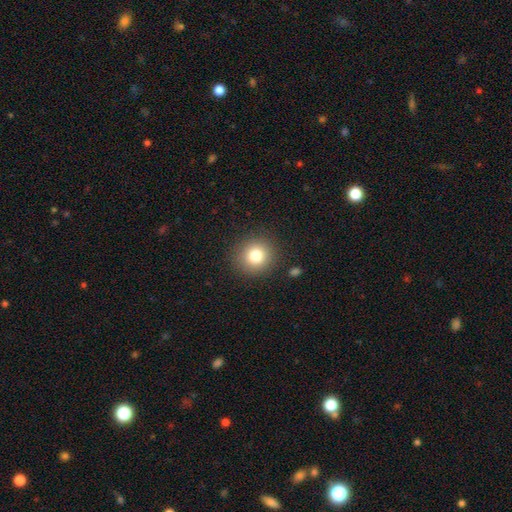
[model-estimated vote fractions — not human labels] smooth 80%, star or artifact 12%, featured or disk 9%. Down the decision tree: how rounded — round (91%); merging — none (89%).